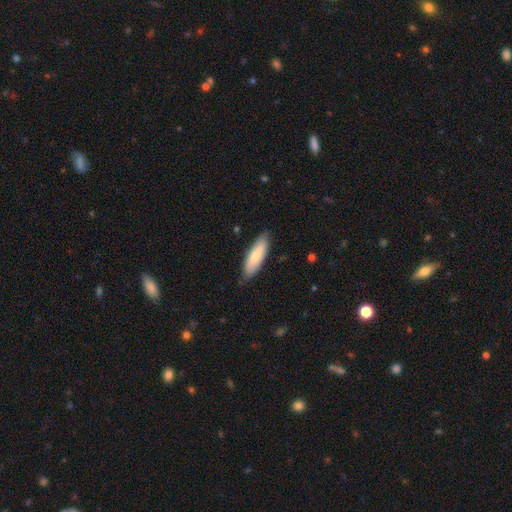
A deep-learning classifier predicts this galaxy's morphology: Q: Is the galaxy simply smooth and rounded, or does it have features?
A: smooth — 76%.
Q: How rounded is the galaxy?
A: in between — 52%.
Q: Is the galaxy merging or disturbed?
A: none — 83%.